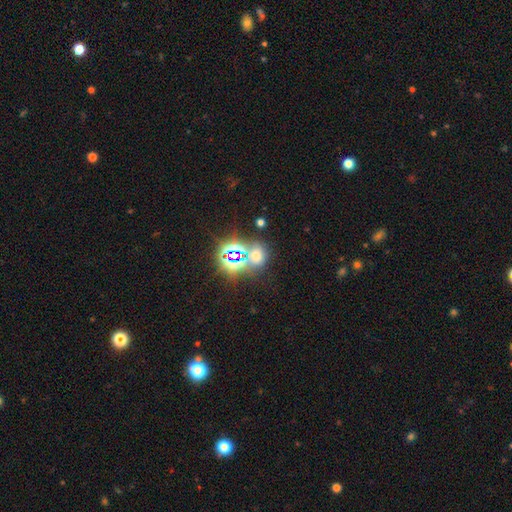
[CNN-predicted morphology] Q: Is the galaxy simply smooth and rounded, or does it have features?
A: star or artifact — 51%.